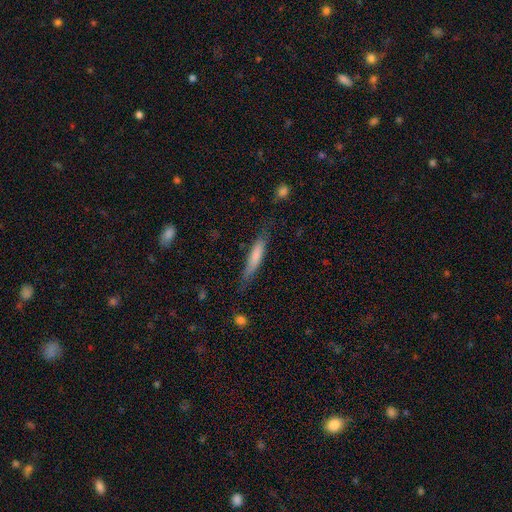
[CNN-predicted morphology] The model was most divided on "merging": none: 71%, minor disturbance: 22%, major disturbance: 5%, merger: 2%. More confident: how rounded — cigar-shaped (87%); smooth or featured — smooth (73%).